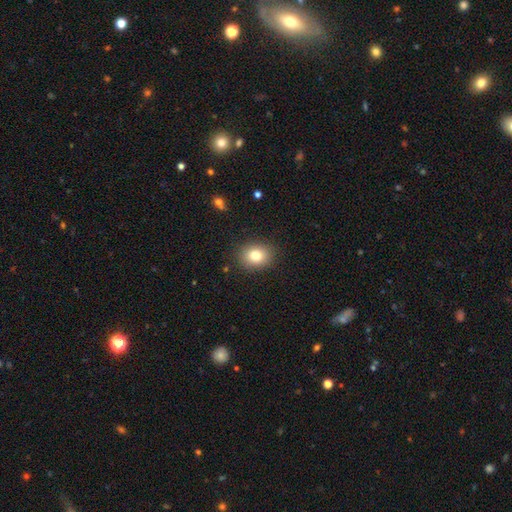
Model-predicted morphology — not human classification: Q: Smooth or featured?
A: smooth (80%); runner-up: star or artifact (11%)
Q: How rounded?
A: round (54%); runner-up: in between (45%)
Q: Merging?
A: none (87%); runner-up: minor disturbance (9%)